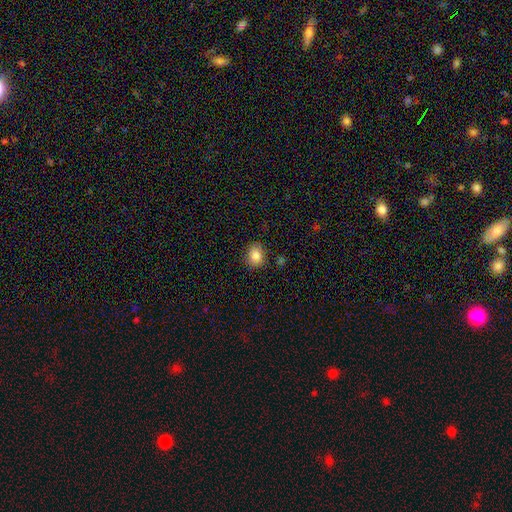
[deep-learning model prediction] Smooth or featured: smooth — 85% (star or artifact — 10%)
How rounded: round — 57% (in between — 42%)
Merging: none — 85% (minor disturbance — 10%)